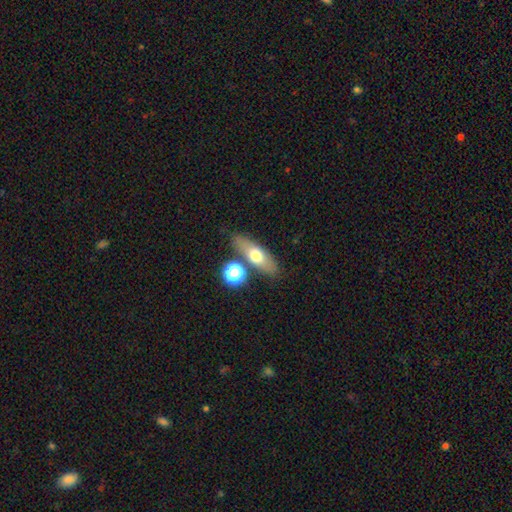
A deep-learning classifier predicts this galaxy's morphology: Smooth or featured? Predicted: smooth (p=0.58). How rounded? Predicted: in between (p=0.49). Merging? Predicted: none (p=0.75).